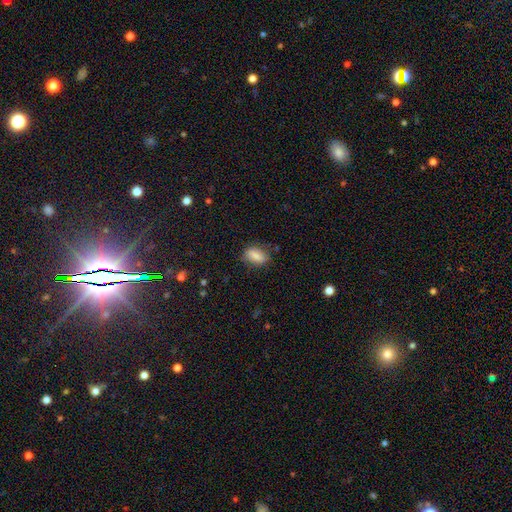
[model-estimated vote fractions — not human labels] Smooth or featured?
  - smooth: 77% *
  - featured or disk: 15%
  - star or artifact: 8%
How rounded?
  - in between: 82% *
  - round: 14%
  - cigar-shaped: 4%
Merging?
  - none: 75% *
  - minor disturbance: 18%
  - major disturbance: 5%
  - merger: 2%